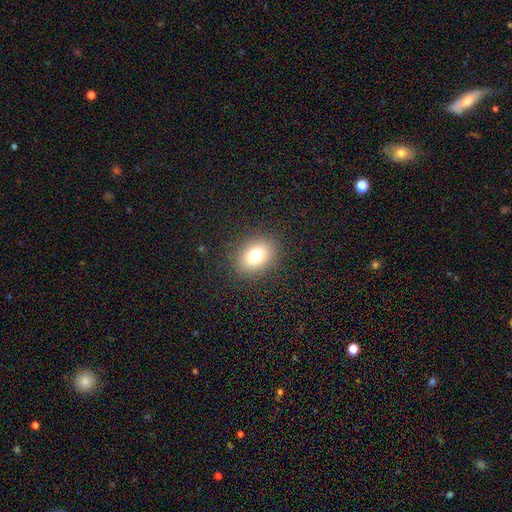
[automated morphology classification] A smooth galaxy with no disk features (76%) that is in between round and cigar-shaped (66%). Merging: none (87%).